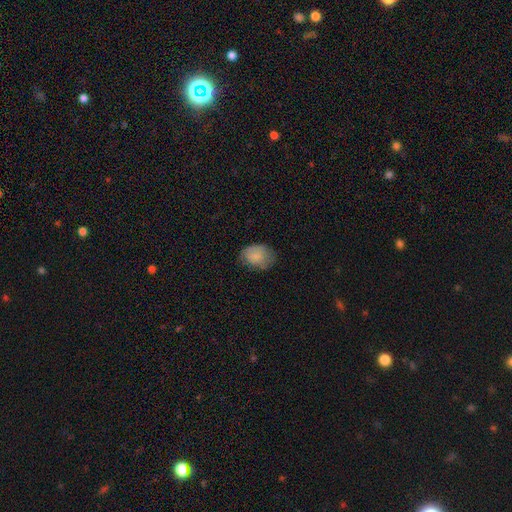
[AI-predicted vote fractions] Smooth or featured? smooth (79%)
How rounded? in between (72%)
Merging? none (62%)